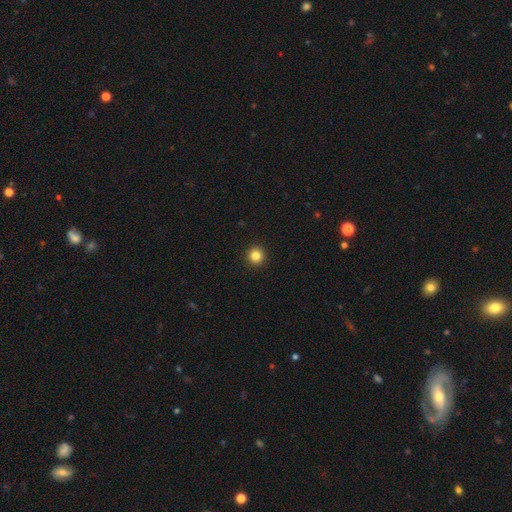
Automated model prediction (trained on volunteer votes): This appears to be a smooth galaxy with no disk features (84%) that is round (96%). Merging: none (94%).